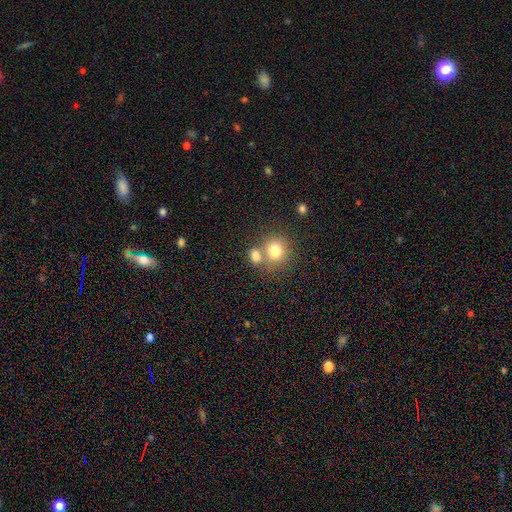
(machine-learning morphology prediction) A smooth galaxy with no disk features (78%) that is round (58%). Merging: none (46%).